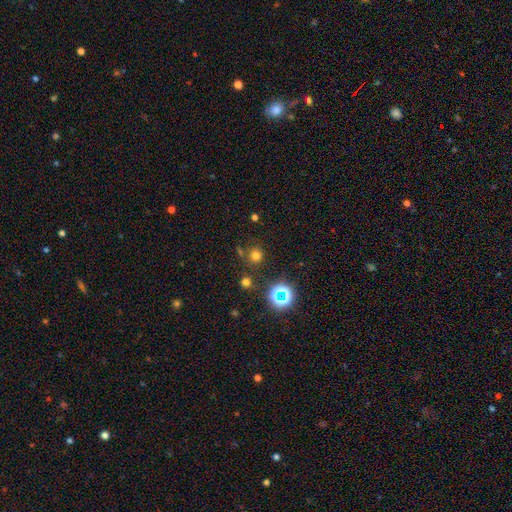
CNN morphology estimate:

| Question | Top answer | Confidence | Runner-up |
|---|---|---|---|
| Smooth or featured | smooth | 66% | star or artifact (27%) |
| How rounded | round | 92% | in between (7%) |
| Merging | none | 79% | minor disturbance (9%) |